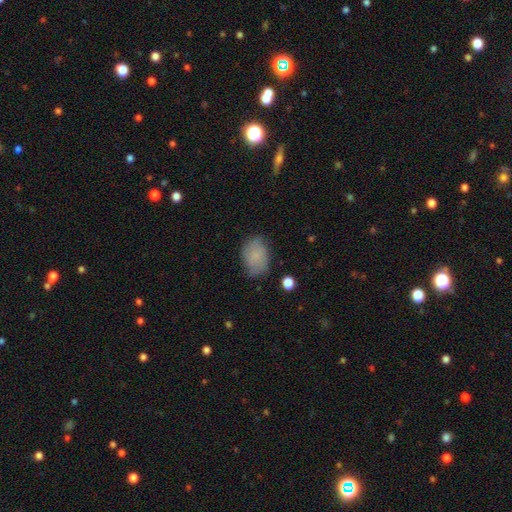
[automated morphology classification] Smooth or featured? Predicted: smooth (p=0.79). How rounded? Predicted: in between (p=0.80). Merging? Predicted: none (p=0.70).